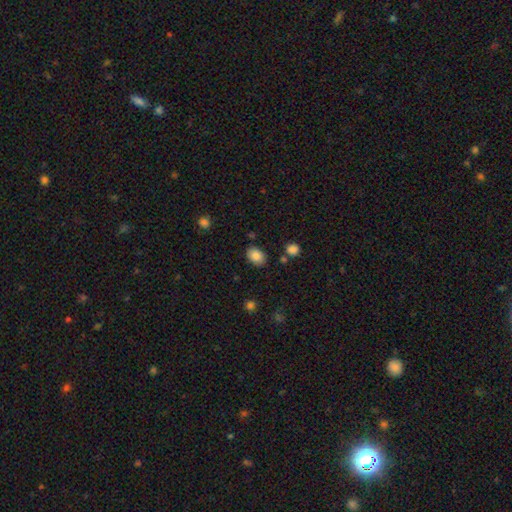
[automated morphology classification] smooth-or-featured: smooth: 86% | star or artifact: 9% | featured or disk: 6%
  how-rounded: in between: 76% | round: 23% | cigar-shaped: 1%
  merging: none: 82% | minor disturbance: 11% | merger: 3% | major disturbance: 3%